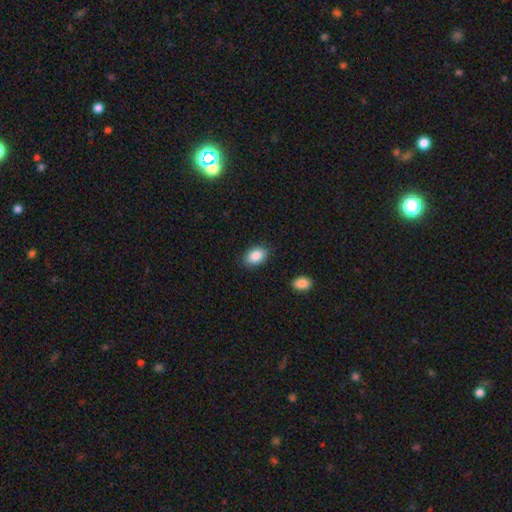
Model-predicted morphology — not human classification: The model was most divided on "merging": none: 86%, minor disturbance: 10%, major disturbance: 2%, merger: 1%. More confident: how rounded — in between (89%); smooth or featured — smooth (88%).